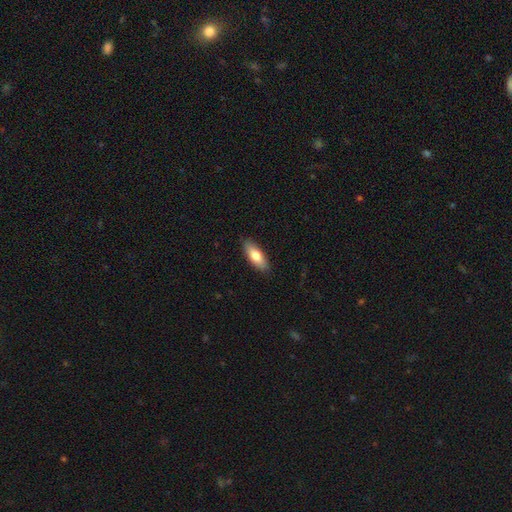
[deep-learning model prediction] Smooth or featured?
  - smooth: 78% *
  - featured or disk: 16%
  - star or artifact: 6%
How rounded?
  - in between: 72% *
  - cigar-shaped: 26%
  - round: 2%
Merging?
  - none: 88% *
  - minor disturbance: 9%
  - major disturbance: 2%
  - merger: 1%